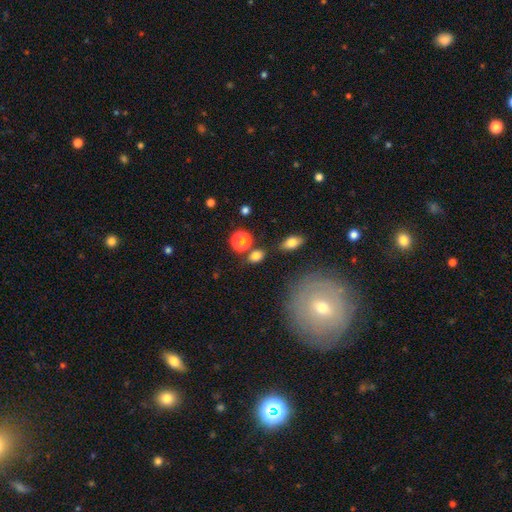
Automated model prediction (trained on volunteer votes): Smooth or featured? Predicted: smooth (p=0.81). How rounded? Predicted: round (p=0.50). Merging? Predicted: none (p=0.72).